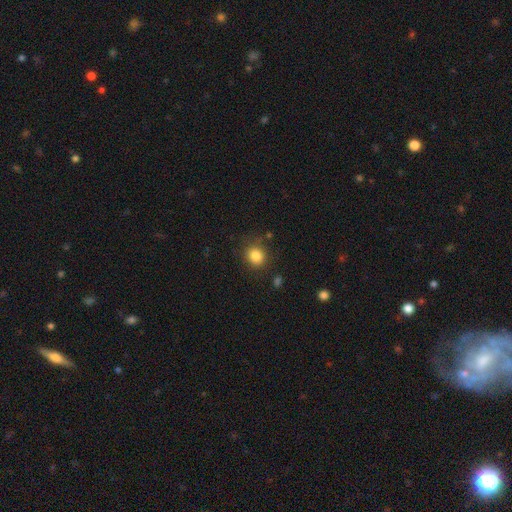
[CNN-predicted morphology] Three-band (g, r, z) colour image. It shows a smooth galaxy with no disk features (84%) that is round (82%). Merging: none (83%).